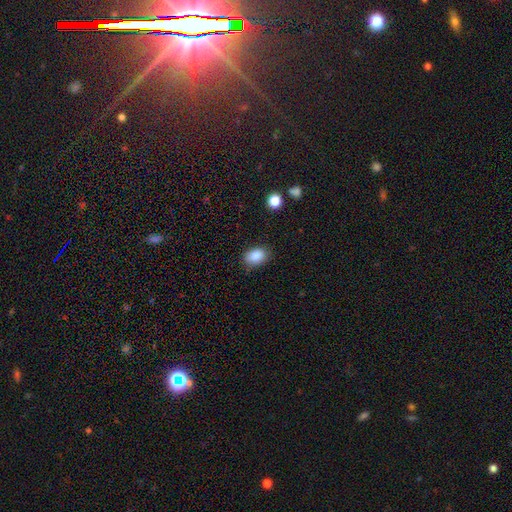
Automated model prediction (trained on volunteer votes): Smooth or featured? Predicted: smooth (p=0.87). How rounded? Predicted: in between (p=0.82). Merging? Predicted: none (p=0.80).